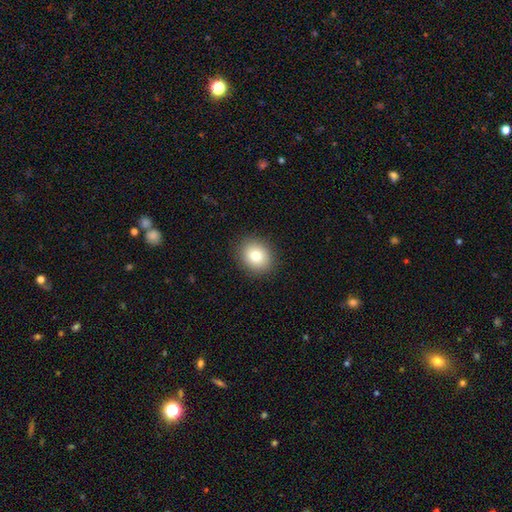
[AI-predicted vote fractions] The model was most divided on "how rounded": round: 67%, in between: 32%, cigar-shaped: 1%. More confident: merging — none (89%); smooth or featured — smooth (81%).